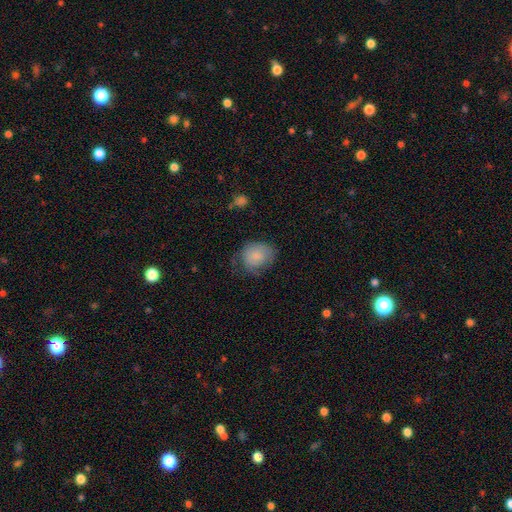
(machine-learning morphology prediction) This appears to be a smooth galaxy with no disk features (80%) that is round (60%). Merging: none (51%).